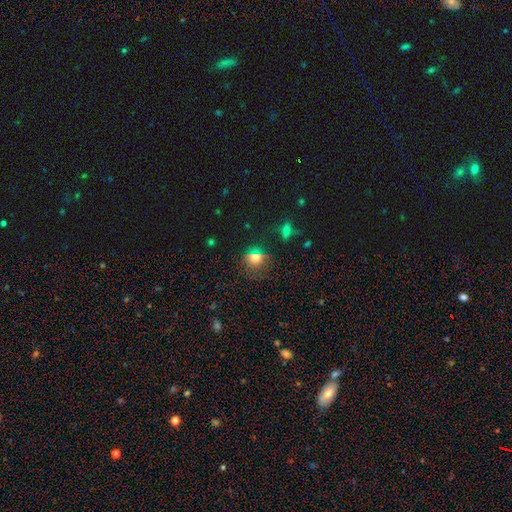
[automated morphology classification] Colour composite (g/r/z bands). It shows a smooth galaxy with no disk features (63%) that is round (81%). Merging: none (76%).